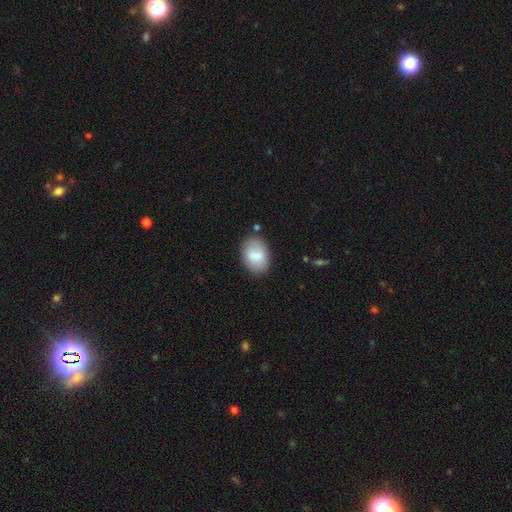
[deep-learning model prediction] Smooth or featured? smooth (77%)
How rounded? in between (86%)
Merging? none (79%)